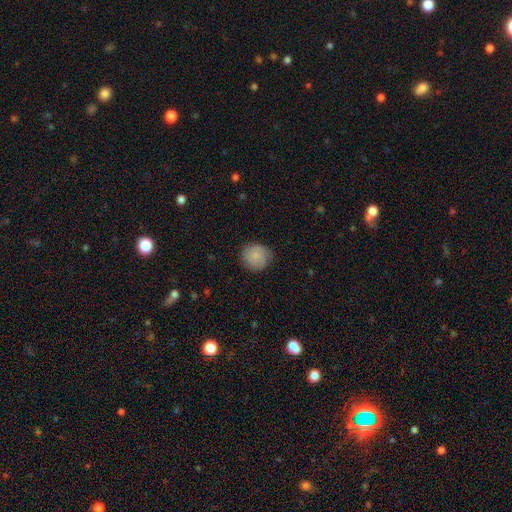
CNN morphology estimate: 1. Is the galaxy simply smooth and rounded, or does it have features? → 81% smooth, 12% featured or disk, 7% star or artifact.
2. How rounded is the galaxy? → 88% round, 11% in between, 1% cigar-shaped.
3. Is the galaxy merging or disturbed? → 81% none, 15% minor disturbance, 3% major disturbance, 1% merger.